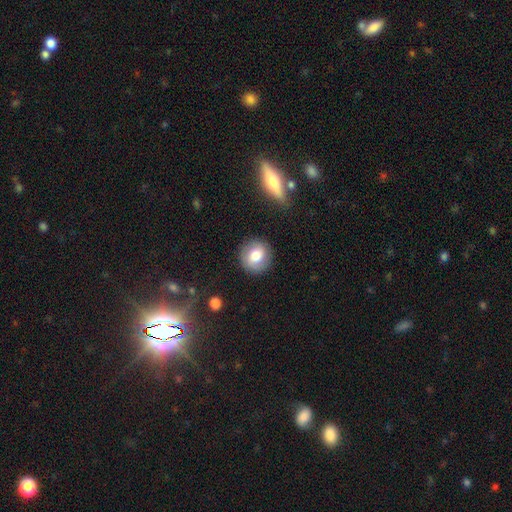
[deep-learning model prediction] Smooth or featured? Predicted: smooth (p=0.74). How rounded? Predicted: round (p=0.87). Merging? Predicted: none (p=0.86).